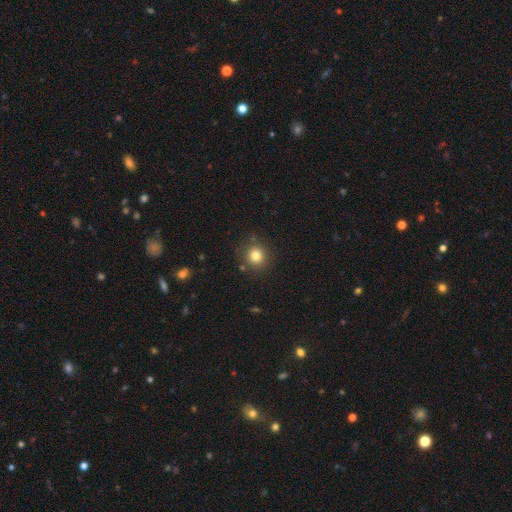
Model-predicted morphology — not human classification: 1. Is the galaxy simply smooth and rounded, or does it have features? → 80% smooth, 13% star or artifact, 7% featured or disk.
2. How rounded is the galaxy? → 92% round, 7% in between, 1% cigar-shaped.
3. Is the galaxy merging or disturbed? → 86% none, 8% minor disturbance, 3% merger, 3% major disturbance.